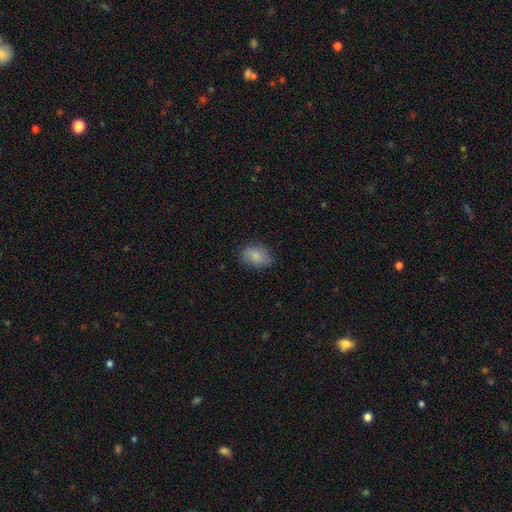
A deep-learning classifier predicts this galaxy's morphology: smooth_or_featured: smooth (p=0.85) [alt: star or artifact p=0.08]
how_rounded: in between (p=0.75) [alt: round p=0.24]
merging: none (p=0.81) [alt: minor disturbance p=0.14]